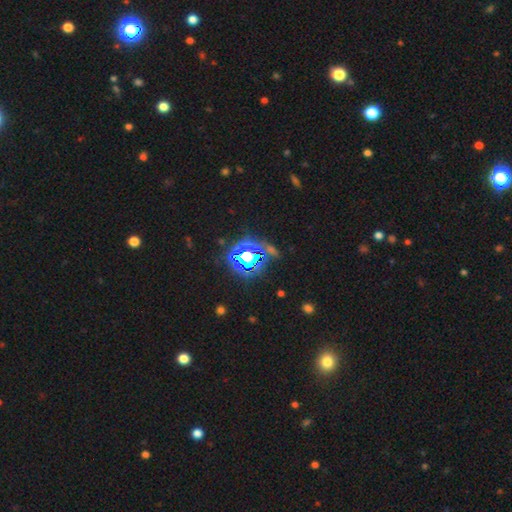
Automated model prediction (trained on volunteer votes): star or artifact 80%, smooth 12%, featured or disk 8%.